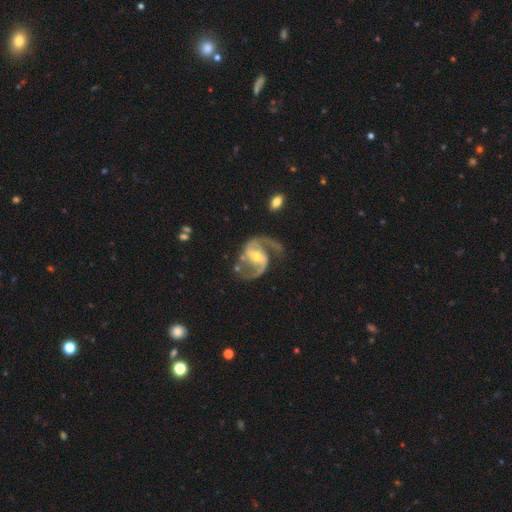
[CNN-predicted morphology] Smooth or featured?
  - featured or disk: 92% *
  - star or artifact: 4%
  - smooth: 3%
Edge-on disk?
  - no: 98% *
  - yes: 2%
Bar?
  - weak: 41% *
  - strong: 34%
  - no: 24%
Spiral arms?
  - yes: 98% *
  - no: 2%
Spiral winding?
  - medium: 56% *
  - loose: 34%
  - tight: 10%
Spiral arm count?
  - 2: 93% *
  - 1: 2%
  - can't tell: 1%
  - 3: 1%
  - 4: 1%
  - more than 4: 1%
Bulge size?
  - small: 48% *
  - moderate: 47%
  - large: 2%
  - none: 1%
  - dominant: 1%
Merging?
  - none: 71% *
  - minor disturbance: 16%
  - major disturbance: 10%
  - merger: 3%